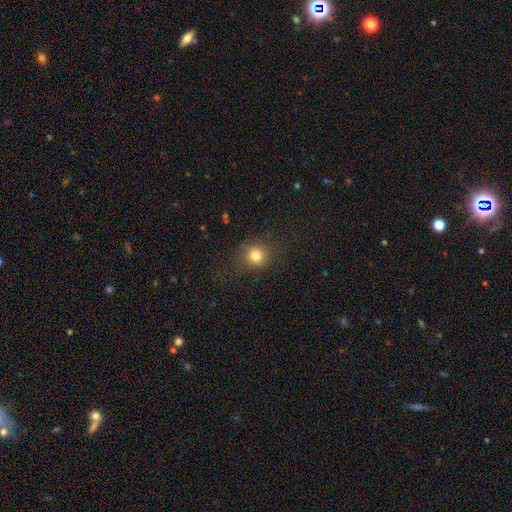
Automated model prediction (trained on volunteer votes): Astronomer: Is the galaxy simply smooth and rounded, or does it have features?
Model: smooth — 79%.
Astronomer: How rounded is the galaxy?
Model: round — 87%.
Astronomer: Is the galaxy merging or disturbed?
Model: none — 81%.